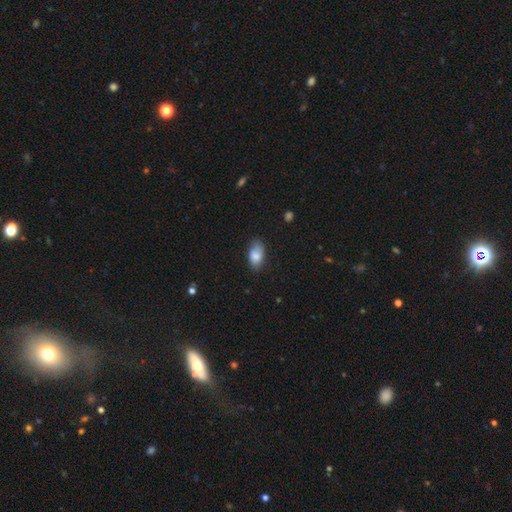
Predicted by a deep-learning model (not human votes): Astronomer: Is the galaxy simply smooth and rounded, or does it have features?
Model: smooth — 83%.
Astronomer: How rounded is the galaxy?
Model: in between — 92%.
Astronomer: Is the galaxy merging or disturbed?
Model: none — 73%.